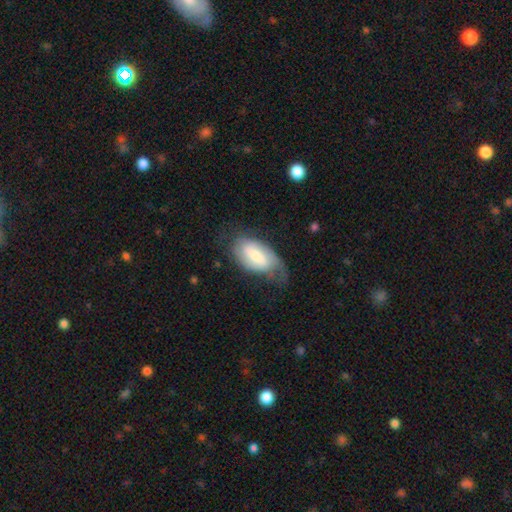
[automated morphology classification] A featured or disk galaxy (53%).

Vote fractions:
- Smooth or featured? featured or disk: 53% / smooth: 38% / star or artifact: 9%
- Edge-on disk? no: 91% / yes: 9%
- Merging? none: 57% / minor disturbance: 26% / major disturbance: 16% / merger: 2%